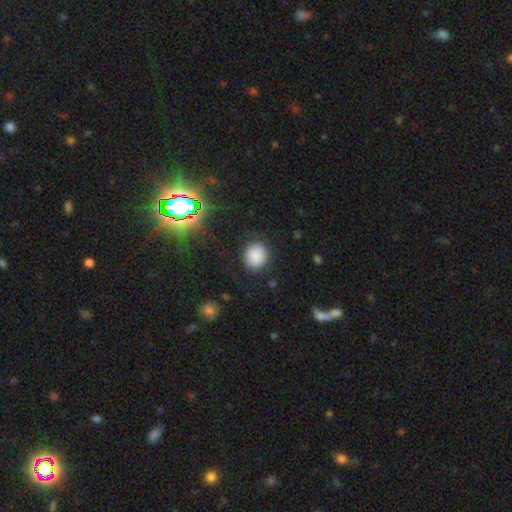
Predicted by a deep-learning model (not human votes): Q: Smooth or featured?
A: smooth (84%); runner-up: star or artifact (11%)
Q: How rounded?
A: round (81%); runner-up: in between (18%)
Q: Merging?
A: none (84%); runner-up: minor disturbance (10%)